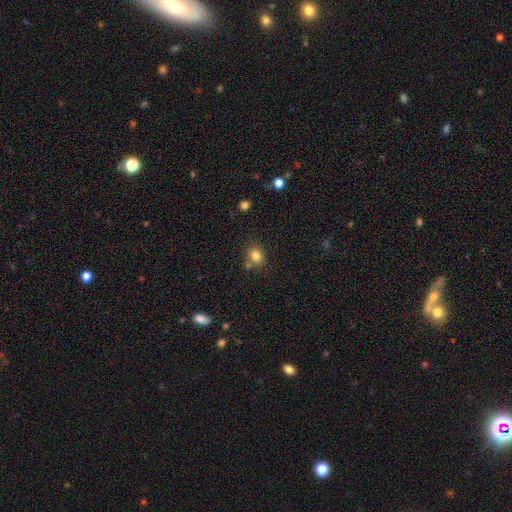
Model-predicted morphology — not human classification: smooth 81%, star or artifact 12%, featured or disk 8%. Down the decision tree: how rounded — round (63%); merging — none (70%).